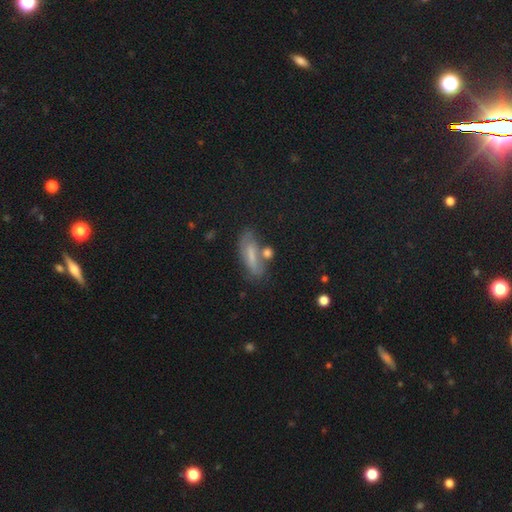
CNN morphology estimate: This appears to be a smooth galaxy with no disk features (54%) that is in between round and cigar-shaped (53%). Merging: none (63%).